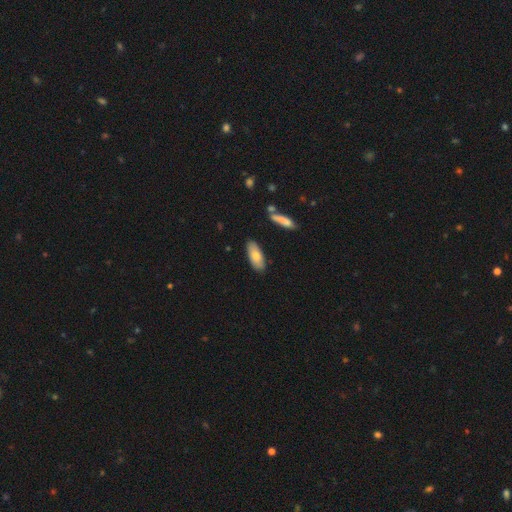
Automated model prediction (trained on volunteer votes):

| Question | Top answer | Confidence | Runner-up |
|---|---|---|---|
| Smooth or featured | smooth | 77% | featured or disk (17%) |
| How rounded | in between | 80% | cigar-shaped (18%) |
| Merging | none | 84% | minor disturbance (12%) |